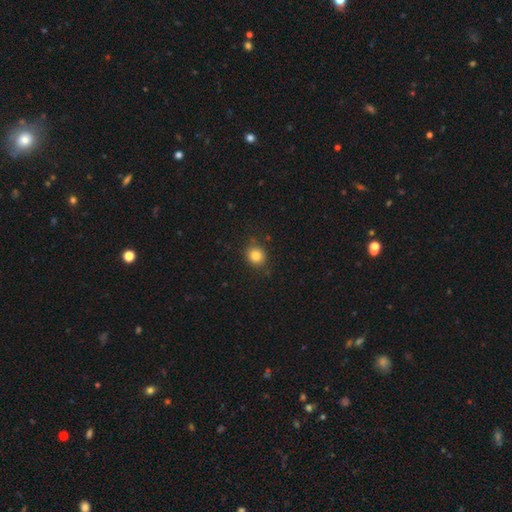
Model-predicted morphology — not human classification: Smooth or featured? smooth (83%)
How rounded? round (77%)
Merging? none (84%)